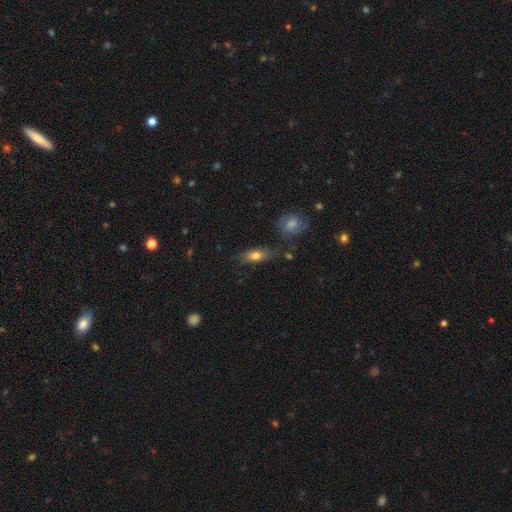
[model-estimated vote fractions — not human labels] A smooth galaxy with no disk features (73%) that is in between round and cigar-shaped (76%). Merging: none (67%).